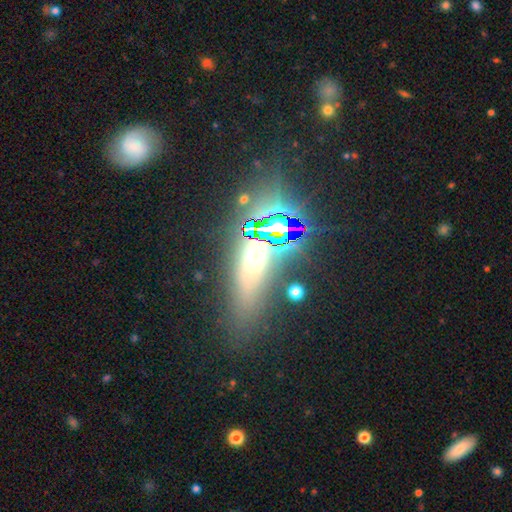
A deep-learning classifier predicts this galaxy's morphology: Smooth or featured? Predicted: star or artifact (p=0.43).